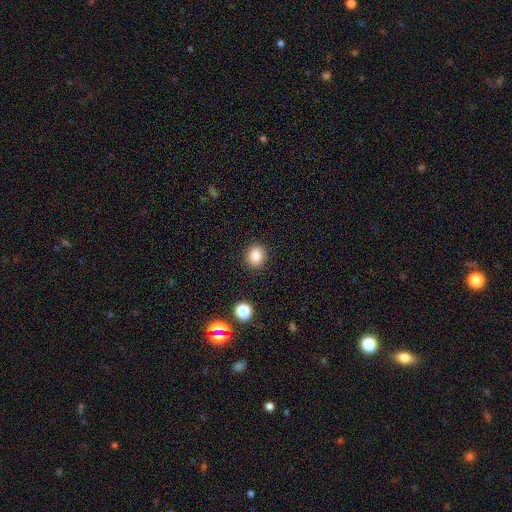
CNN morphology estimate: Smooth or featured?
  - smooth: 86% *
  - star or artifact: 10%
  - featured or disk: 4%
How rounded?
  - round: 70% *
  - in between: 29%
  - cigar-shaped: 1%
Merging?
  - none: 89% *
  - minor disturbance: 7%
  - major disturbance: 3%
  - merger: 2%